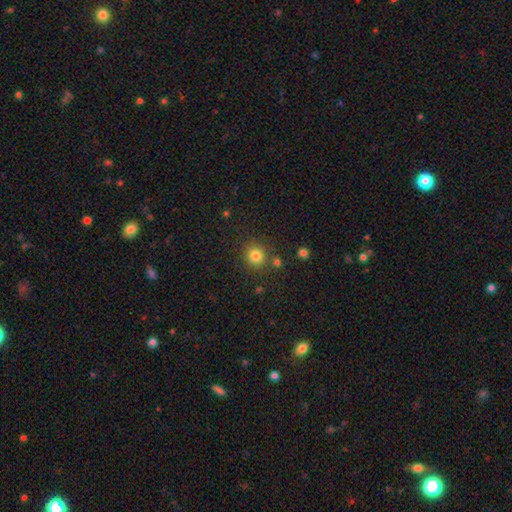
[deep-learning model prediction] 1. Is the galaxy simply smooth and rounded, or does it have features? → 82% smooth, 13% star or artifact, 6% featured or disk.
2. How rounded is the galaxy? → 90% round, 9% in between, 1% cigar-shaped.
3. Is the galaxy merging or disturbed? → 82% none, 8% minor disturbance, 6% merger, 3% major disturbance.